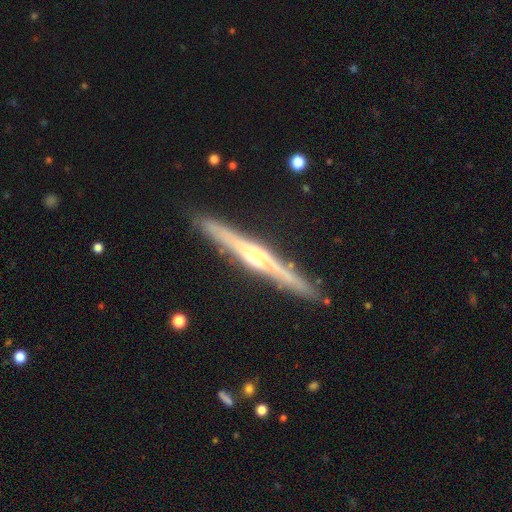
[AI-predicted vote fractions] Q: Smooth or featured?
A: featured or disk (82%); runner-up: smooth (12%)
Q: Edge-on disk?
A: yes (98%); runner-up: no (2%)
Q: Edge-on bulge?
A: rounded (73%); runner-up: boxy (14%)
Q: Merging?
A: none (89%); runner-up: minor disturbance (8%)